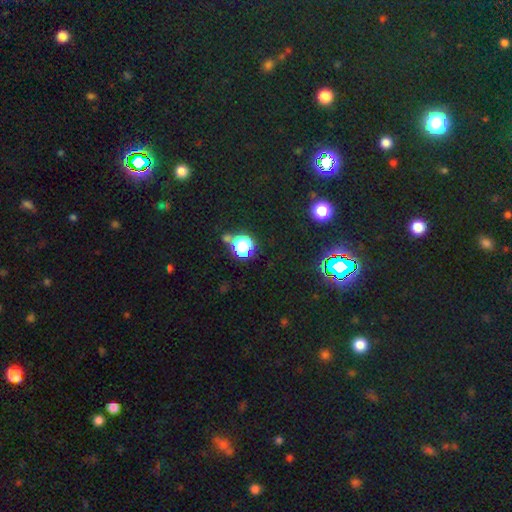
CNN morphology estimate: This is likely a star or artifact rather than a galaxy (72%).